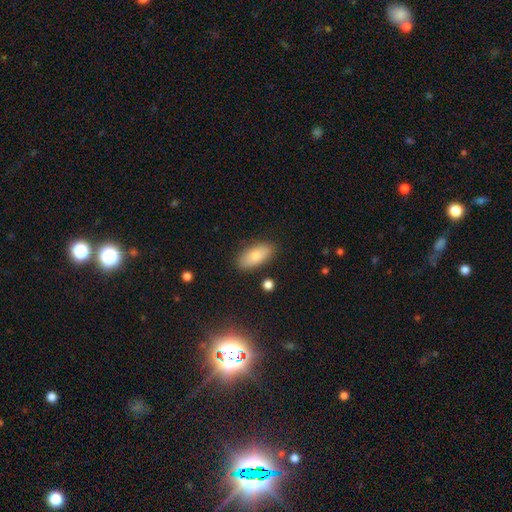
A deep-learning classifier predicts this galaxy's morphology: Smooth or featured?
  - smooth: 80% *
  - featured or disk: 14%
  - star or artifact: 7%
How rounded?
  - in between: 89% *
  - cigar-shaped: 8%
  - round: 3%
Merging?
  - none: 83% *
  - minor disturbance: 12%
  - major disturbance: 3%
  - merger: 2%